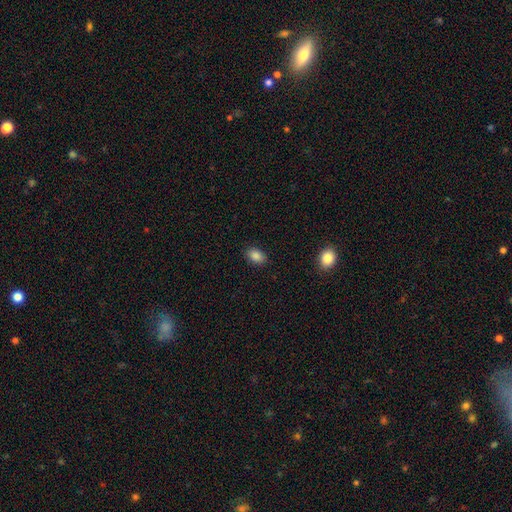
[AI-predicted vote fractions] Overall: smooth (86%). How rounded: in between (83%). Merging: none (88%).